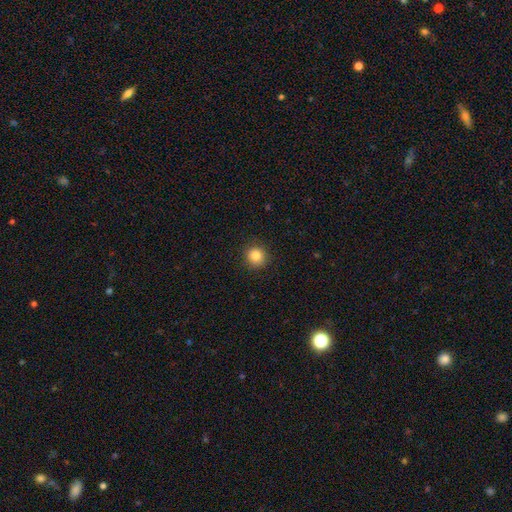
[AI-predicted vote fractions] Q: Smooth or featured?
A: smooth (84%); runner-up: star or artifact (11%)
Q: How rounded?
A: round (92%); runner-up: in between (7%)
Q: Merging?
A: none (90%); runner-up: minor disturbance (7%)